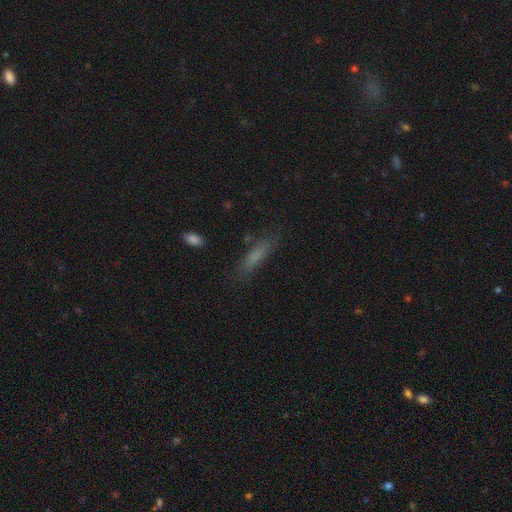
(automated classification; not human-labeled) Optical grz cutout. It shows a smooth galaxy with no disk features (72%) that is cigar-shaped (73%). Merging: none (77%).